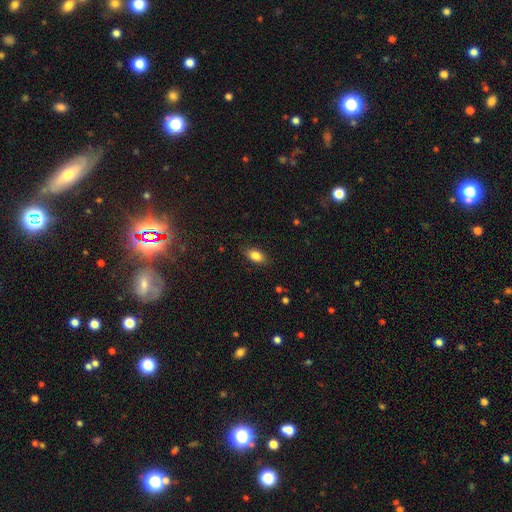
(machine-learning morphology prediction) smooth-or-featured: smooth: 85% | star or artifact: 8% | featured or disk: 7%
  how-rounded: in between: 89% | round: 6% | cigar-shaped: 5%
  merging: none: 85% | minor disturbance: 11% | major disturbance: 3% | merger: 1%